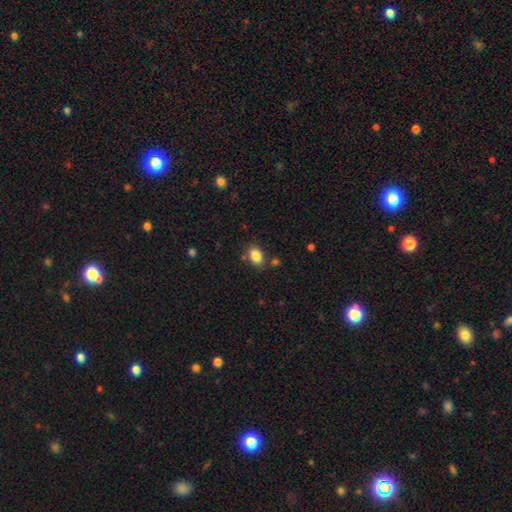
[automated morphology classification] Smooth or featured?
  - smooth: 85% *
  - star or artifact: 9%
  - featured or disk: 6%
How rounded?
  - in between: 75% *
  - round: 24%
  - cigar-shaped: 1%
Merging?
  - none: 78% *
  - minor disturbance: 12%
  - merger: 6%
  - major disturbance: 3%